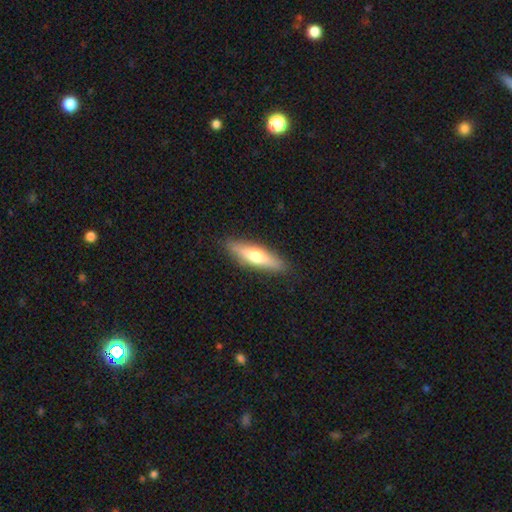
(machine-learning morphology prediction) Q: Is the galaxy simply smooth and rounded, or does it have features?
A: smooth — 57%.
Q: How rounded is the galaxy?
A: cigar-shaped — 73%.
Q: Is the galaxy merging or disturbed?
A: none — 88%.